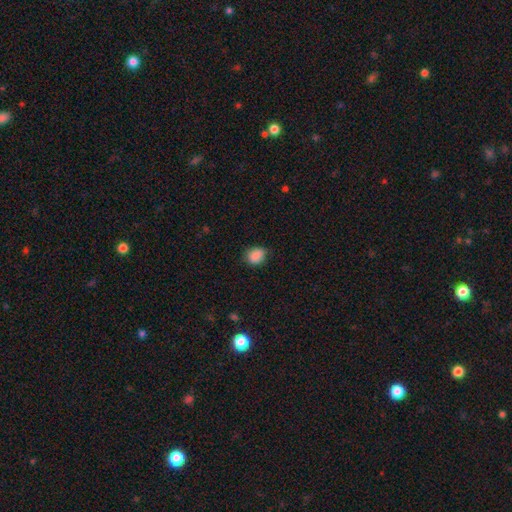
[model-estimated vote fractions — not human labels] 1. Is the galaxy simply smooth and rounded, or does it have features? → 87% smooth, 9% star or artifact, 4% featured or disk.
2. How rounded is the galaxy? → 52% round, 47% in between, 1% cigar-shaped.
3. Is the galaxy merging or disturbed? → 77% none, 18% minor disturbance, 4% major disturbance, 1% merger.